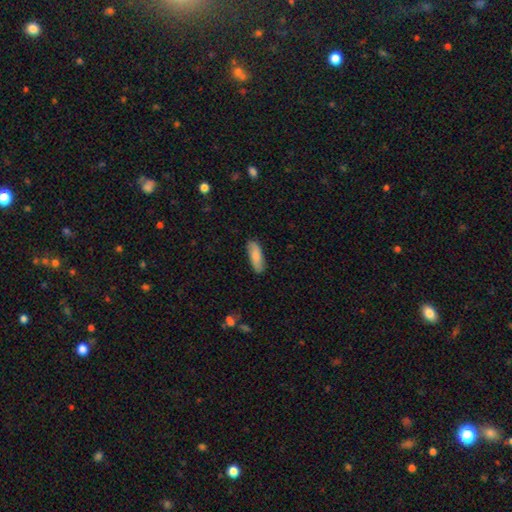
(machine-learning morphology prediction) smooth-or-featured: smooth: 83% | featured or disk: 11% | star or artifact: 6%
  how-rounded: in between: 61% | cigar-shaped: 37% | round: 2%
  merging: none: 84% | minor disturbance: 12% | major disturbance: 2% | merger: 1%